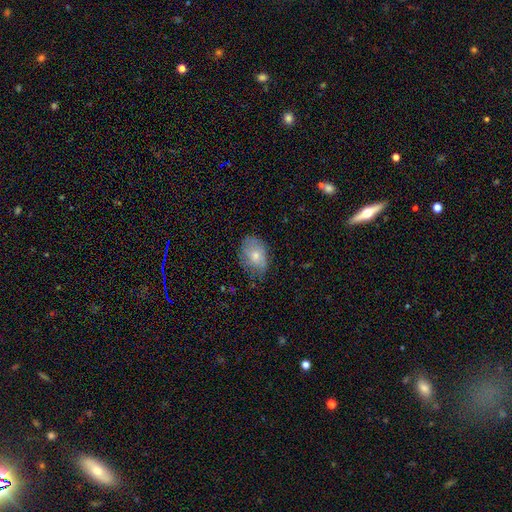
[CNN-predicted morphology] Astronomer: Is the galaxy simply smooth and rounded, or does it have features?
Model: smooth — 63%.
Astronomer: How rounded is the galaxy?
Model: in between — 80%.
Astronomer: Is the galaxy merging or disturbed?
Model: none — 58%.